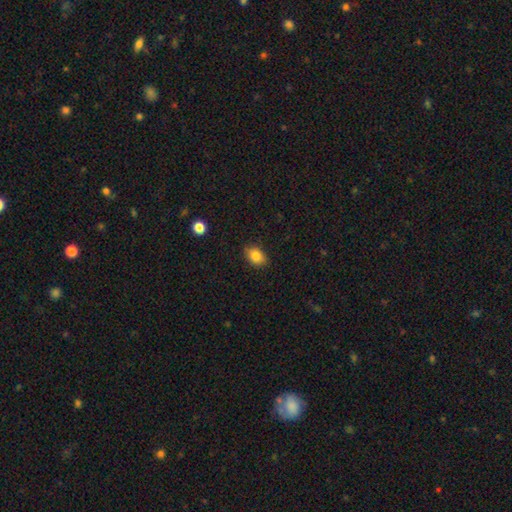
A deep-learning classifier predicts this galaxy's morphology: A smooth galaxy with no disk features (84%) that is in between round and cigar-shaped (73%).

Vote fractions:
- Smooth or featured? smooth: 84% / star or artifact: 9% / featured or disk: 6%
- How rounded? in between: 73% / round: 26% / cigar-shaped: 1%
- Merging? none: 87% / minor disturbance: 10% / major disturbance: 2% / merger: 1%